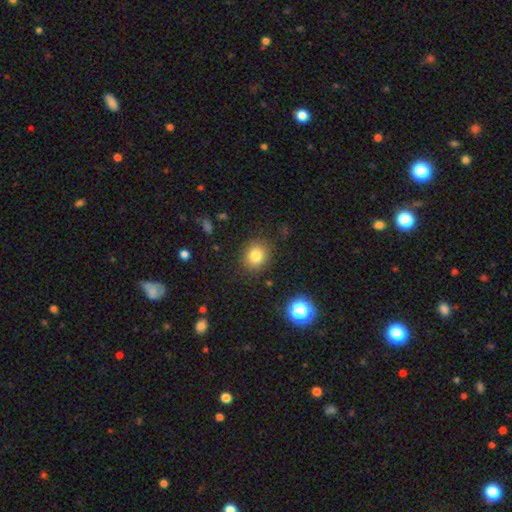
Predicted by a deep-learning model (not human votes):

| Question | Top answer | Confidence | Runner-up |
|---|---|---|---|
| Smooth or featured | smooth | 81% | star or artifact (12%) |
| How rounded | round | 74% | in between (25%) |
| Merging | none | 87% | minor disturbance (9%) |